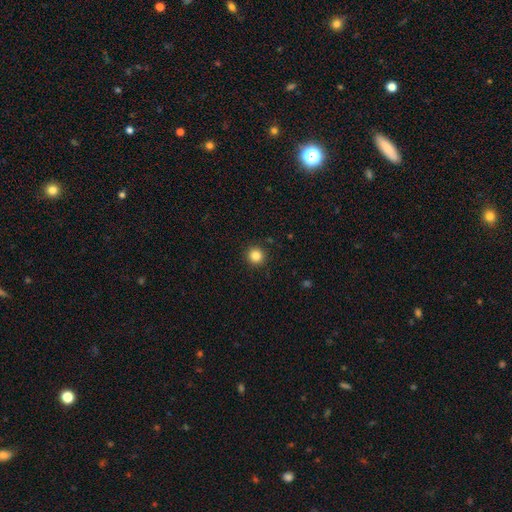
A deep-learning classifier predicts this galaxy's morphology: smooth 85%, star or artifact 11%, featured or disk 4%. Down the decision tree: how rounded — round (95%); merging — none (92%).